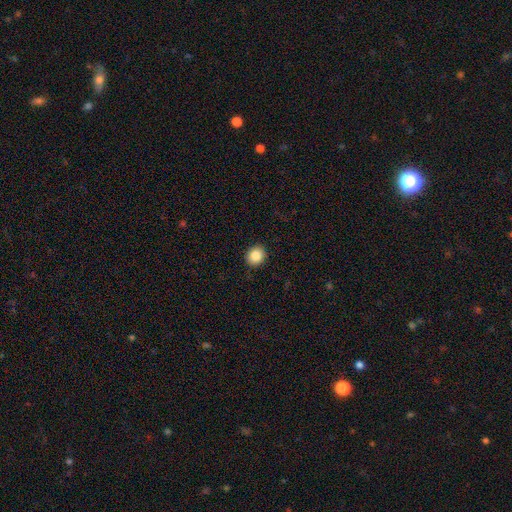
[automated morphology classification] A smooth galaxy with no disk features (86%) that is round (82%). Merging: none (91%).